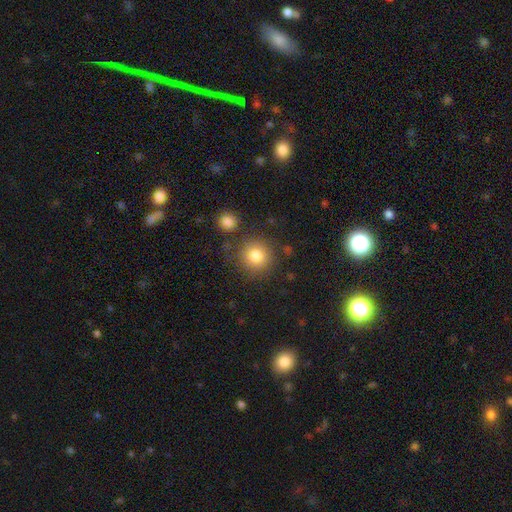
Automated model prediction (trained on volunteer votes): Overall: smooth (82%). How rounded: round (92%). Merging: none (80%).